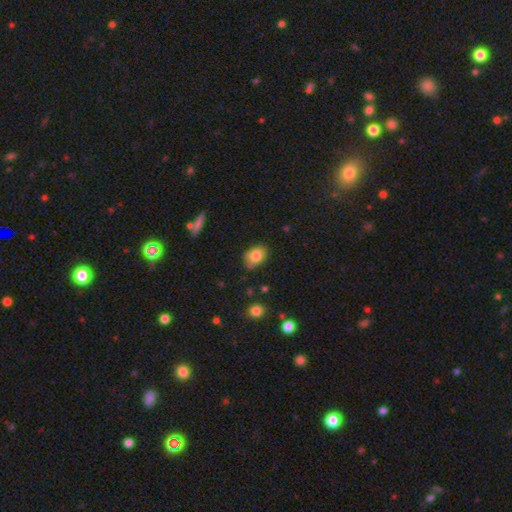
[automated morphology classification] smooth 79%, featured or disk 12%, star or artifact 9%. Down the decision tree: how rounded — in between (75%); merging — none (65%).